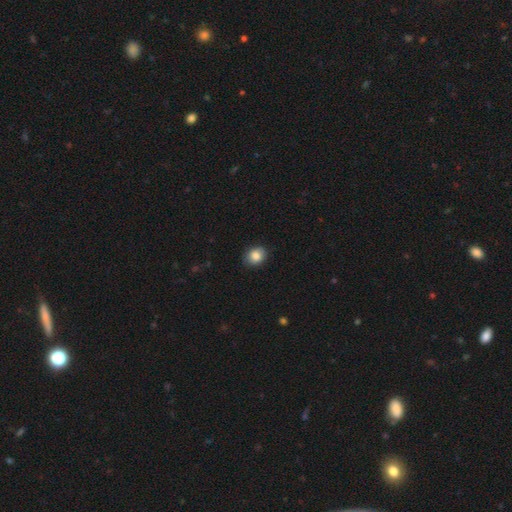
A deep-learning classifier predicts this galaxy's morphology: The model was most divided on "how rounded": in between: 52%, round: 47%, cigar-shaped: 1%. More confident: merging — none (88%); smooth or featured — smooth (85%).